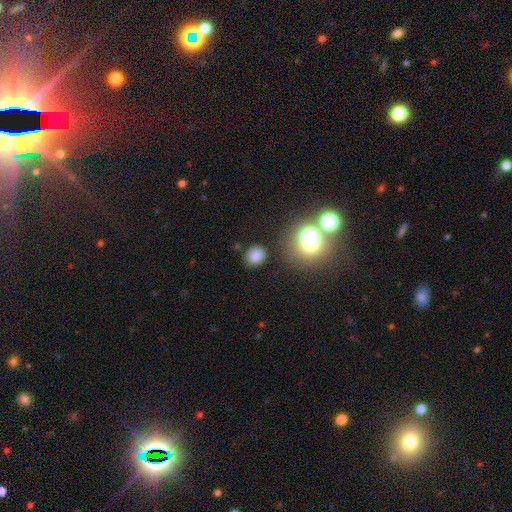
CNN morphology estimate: smooth-or-featured: smooth: 77% | star or artifact: 17% | featured or disk: 7%
  how-rounded: round: 62% | in between: 37% | cigar-shaped: 1%
  merging: none: 81% | minor disturbance: 12% | major disturbance: 4% | merger: 3%